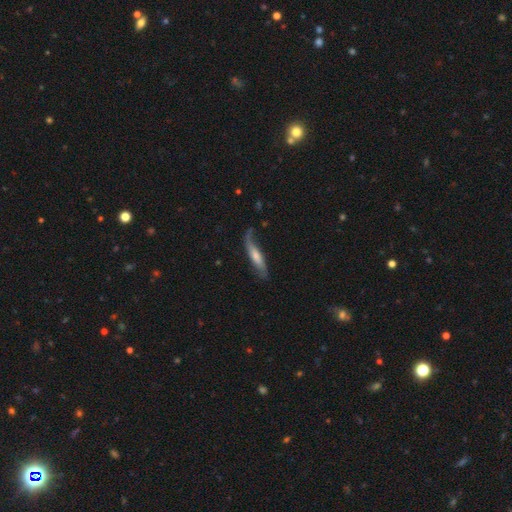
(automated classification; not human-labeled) smooth-or-featured: featured or disk: 61% | smooth: 33% | star or artifact: 6%
  disk-edge-on: no: 56% | yes: 44%
  merging: none: 57% | minor disturbance: 25% | major disturbance: 15% | merger: 3%